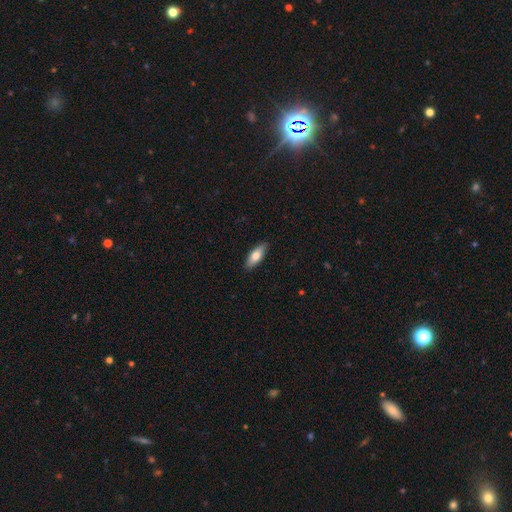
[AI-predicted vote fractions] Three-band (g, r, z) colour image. It shows a smooth galaxy with no disk features (74%) that is in between round and cigar-shaped (67%). Merging: none (88%).